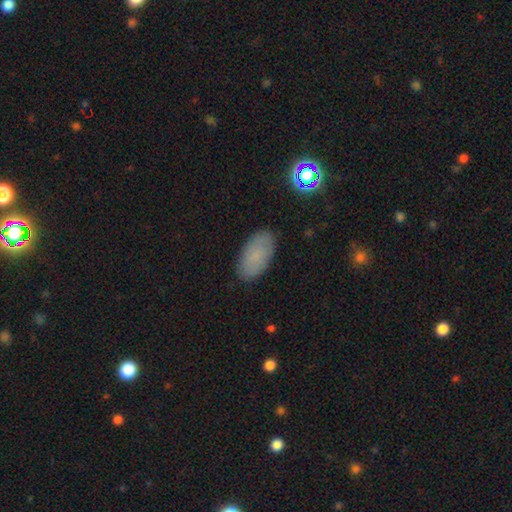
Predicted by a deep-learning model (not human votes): A smooth galaxy with no disk features (80%) that is in between round and cigar-shaped (94%).

Vote fractions:
- Smooth or featured? smooth: 80% / featured or disk: 10% / star or artifact: 10%
- How rounded? in between: 94% / cigar-shaped: 3% / round: 3%
- Merging? none: 86% / minor disturbance: 10% / major disturbance: 2% / merger: 1%